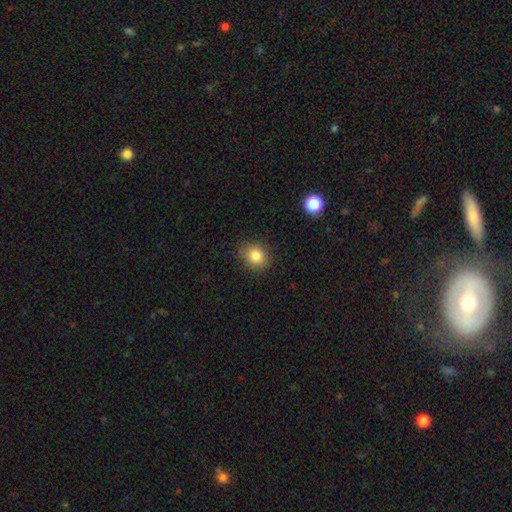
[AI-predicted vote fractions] Overall: smooth (84%). How rounded: round (74%). Merging: none (85%).